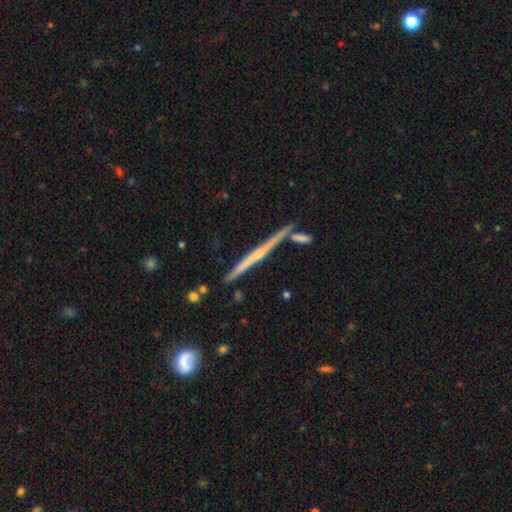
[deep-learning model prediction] A featured or disk galaxy (75%) viewed edge-on (98%) with a rounded central bulge (52%). Merging: none (82%).